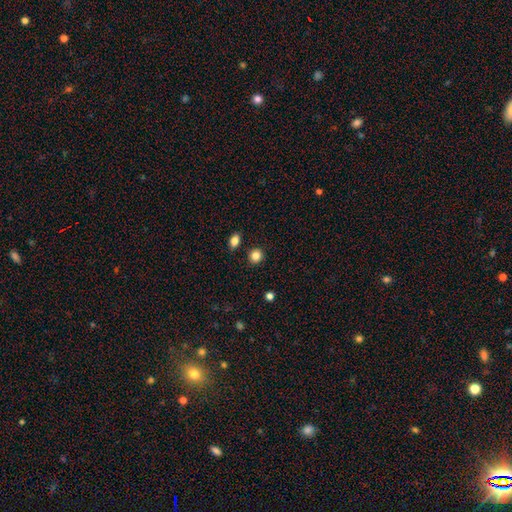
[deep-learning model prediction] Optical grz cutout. It shows a smooth galaxy with no disk features (85%) that is round (85%). Merging: none (89%).